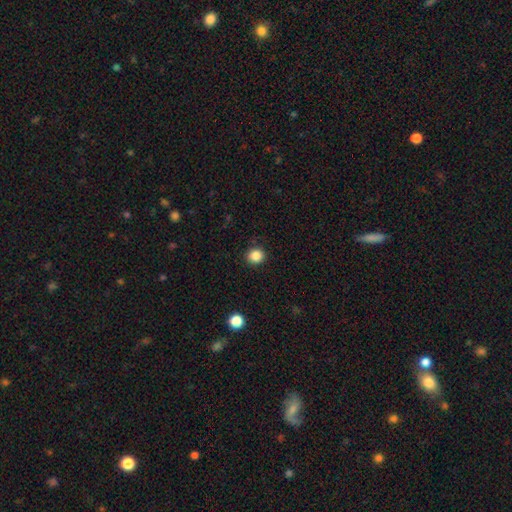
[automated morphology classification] This is clearly a smooth galaxy (86%). How rounded: clearly round (89%). Merging: clearly none (91%).